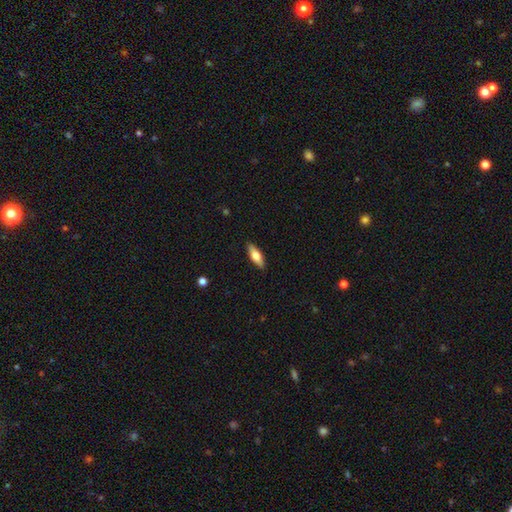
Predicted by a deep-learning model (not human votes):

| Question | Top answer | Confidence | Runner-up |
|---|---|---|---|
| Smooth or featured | smooth | 65% | featured or disk (29%) |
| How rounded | in between | 60% | cigar-shaped (38%) |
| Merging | none | 89% | minor disturbance (8%) |